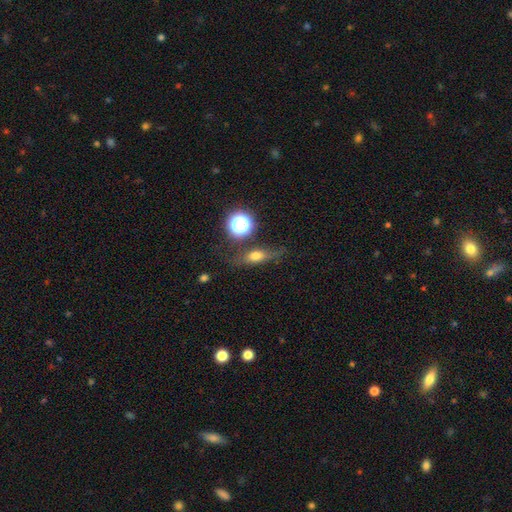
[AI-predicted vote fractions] This appears to be a smooth galaxy with no disk features (59%) that is in between round and cigar-shaped (53%). Merging: none (64%).